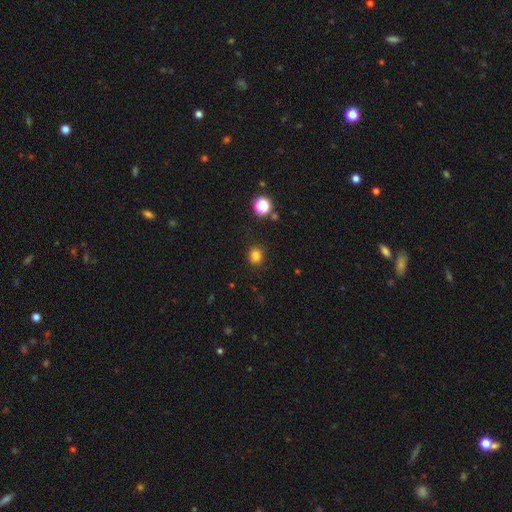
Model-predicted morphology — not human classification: Q: Smooth or featured?
A: smooth (81%); runner-up: star or artifact (15%)
Q: How rounded?
A: round (79%); runner-up: in between (20%)
Q: Merging?
A: none (88%); runner-up: minor disturbance (8%)